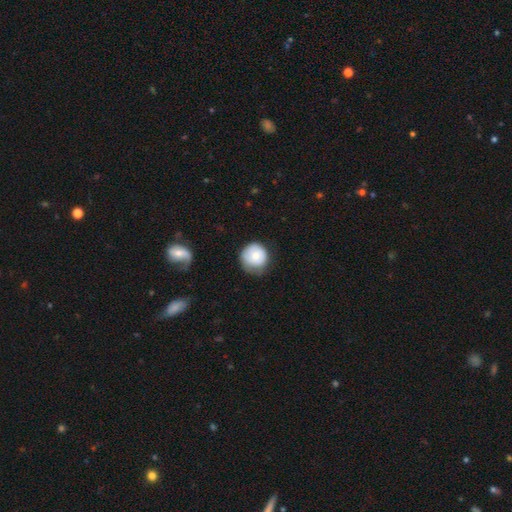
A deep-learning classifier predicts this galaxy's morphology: Q: Smooth or featured?
A: smooth (72%); runner-up: featured or disk (21%)
Q: How rounded?
A: round (90%); runner-up: in between (9%)
Q: Merging?
A: none (57%); runner-up: minor disturbance (32%)